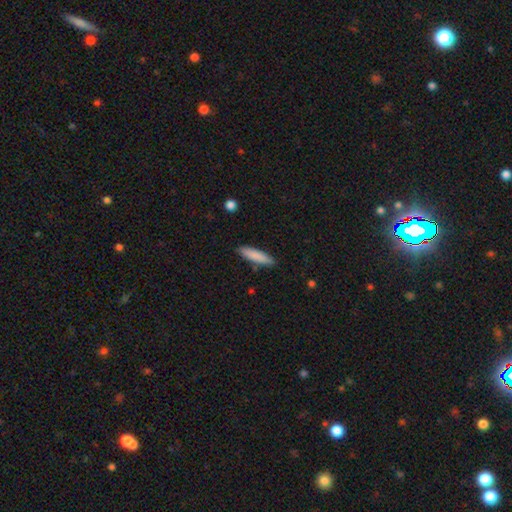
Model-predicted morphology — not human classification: smooth 84%, featured or disk 10%, star or artifact 6%. Down the decision tree: how rounded — cigar-shaped (74%); merging — none (86%).